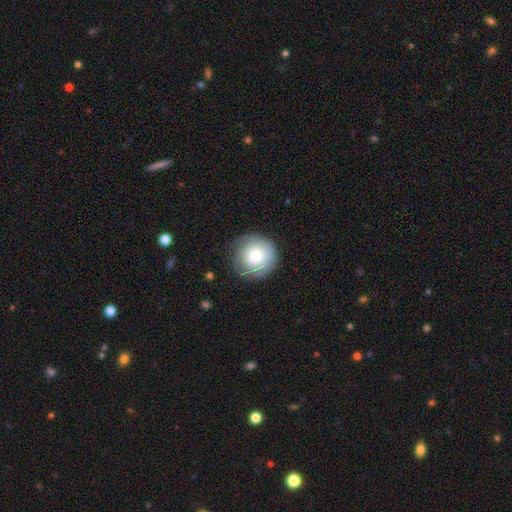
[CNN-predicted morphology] This is likely a smooth galaxy (72%). How rounded: clearly round (94%). Merging: likely none (77%).